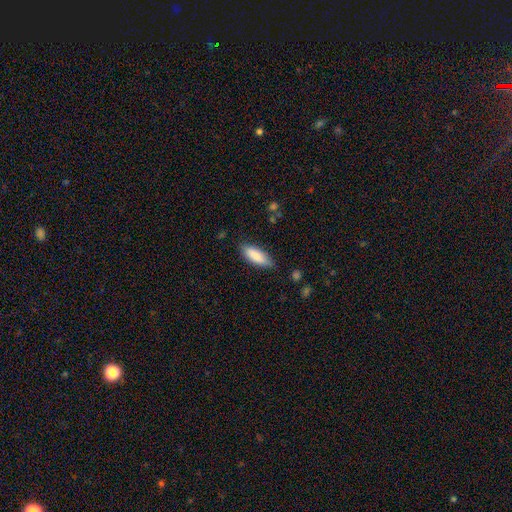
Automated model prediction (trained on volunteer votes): Smooth or featured? smooth (84%)
How rounded? in between (67%)
Merging? none (79%)